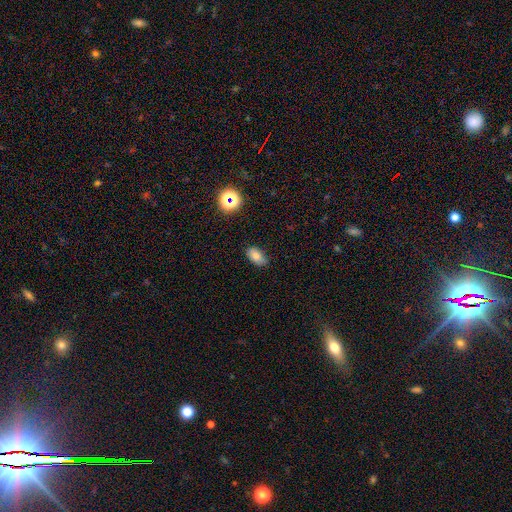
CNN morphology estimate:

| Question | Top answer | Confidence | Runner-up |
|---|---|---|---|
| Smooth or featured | smooth | 77% | star or artifact (12%) |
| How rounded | in between | 90% | round (8%) |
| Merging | none | 78% | minor disturbance (17%) |